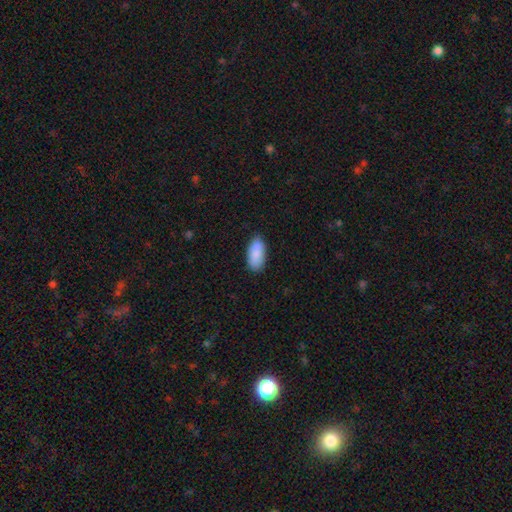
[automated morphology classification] smooth 86%, featured or disk 7%, star or artifact 6%. Down the decision tree: how rounded — in between (92%); merging — none (80%).